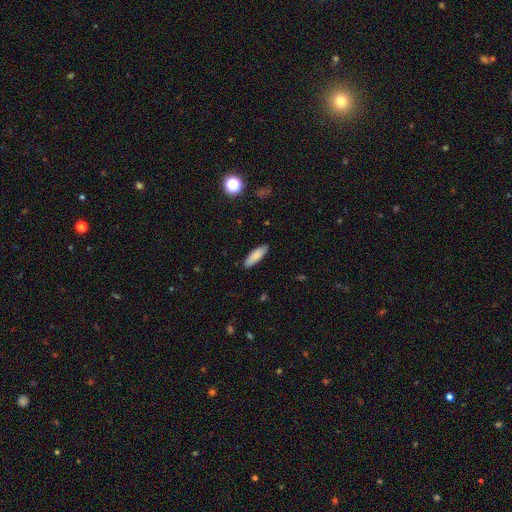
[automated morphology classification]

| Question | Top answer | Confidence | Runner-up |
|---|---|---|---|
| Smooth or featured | smooth | 83% | featured or disk (10%) |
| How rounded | cigar-shaped | 54% | in between (44%) |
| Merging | none | 89% | minor disturbance (8%) |